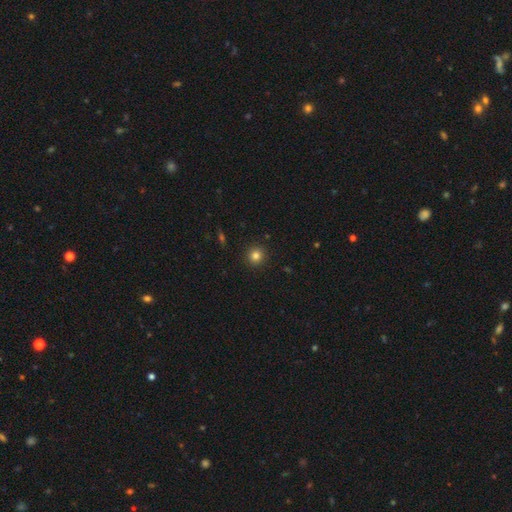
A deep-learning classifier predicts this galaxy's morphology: Smooth or featured: smooth — 82% (star or artifact — 12%)
How rounded: round — 92% (in between — 7%)
Merging: none — 92% (minor disturbance — 5%)